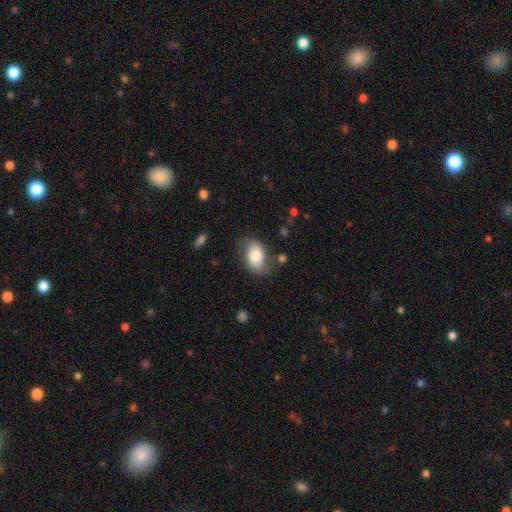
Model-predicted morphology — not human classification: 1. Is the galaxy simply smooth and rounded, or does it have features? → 67% smooth, 26% featured or disk, 7% star or artifact.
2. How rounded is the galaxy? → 88% in between, 10% round, 1% cigar-shaped.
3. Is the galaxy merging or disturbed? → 64% none, 23% minor disturbance, 9% major disturbance, 3% merger.